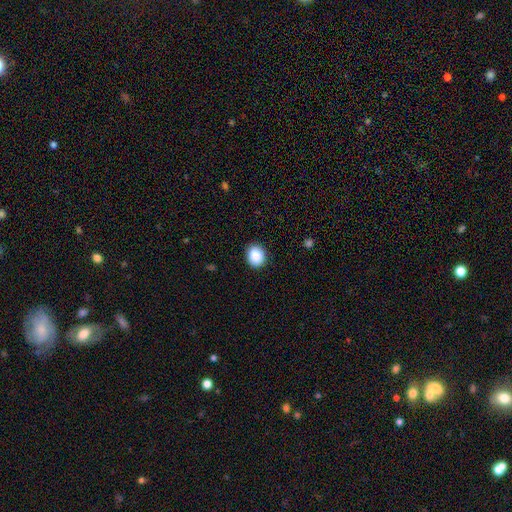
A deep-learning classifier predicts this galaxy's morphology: type=smooth (88%); roundness=round (58%); merging=none (90%).